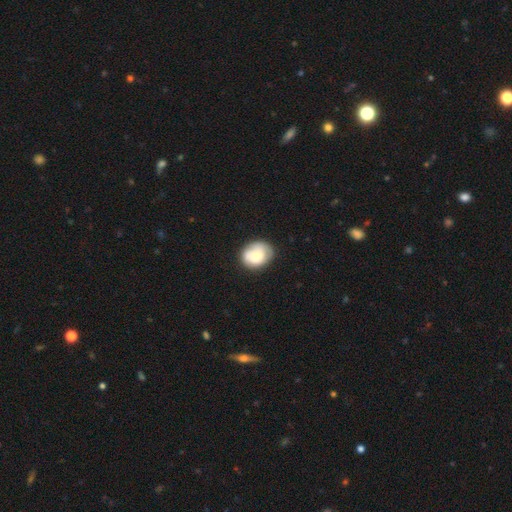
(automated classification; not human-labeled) Q: Smooth or featured?
A: smooth (70%); runner-up: featured or disk (22%)
Q: How rounded?
A: round (57%); runner-up: in between (42%)
Q: Merging?
A: none (70%); runner-up: minor disturbance (23%)